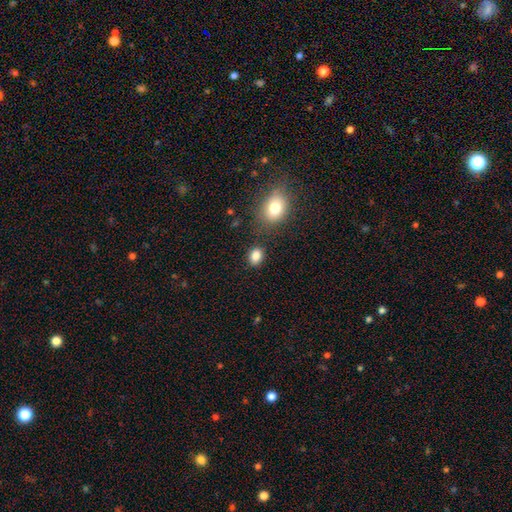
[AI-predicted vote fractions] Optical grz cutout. It shows a smooth galaxy with no disk features (84%) that is in between round and cigar-shaped (61%). Merging: none (80%).